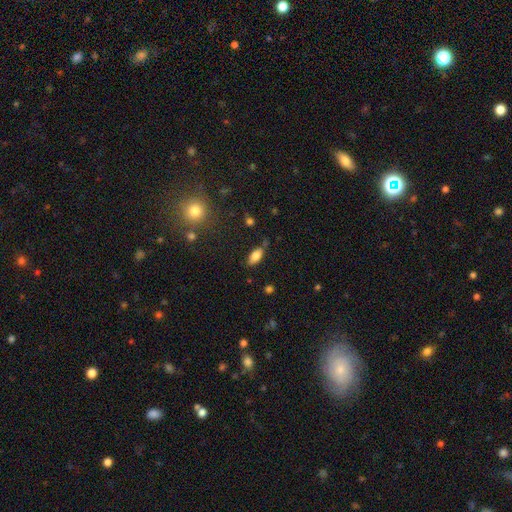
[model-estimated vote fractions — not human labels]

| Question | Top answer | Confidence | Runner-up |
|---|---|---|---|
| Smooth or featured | smooth | 79% | featured or disk (12%) |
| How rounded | in between | 87% | cigar-shaped (10%) |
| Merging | none | 74% | minor disturbance (18%) |